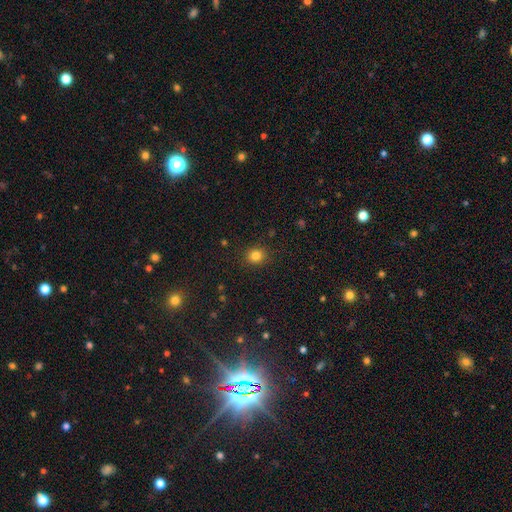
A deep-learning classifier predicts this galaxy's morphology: A smooth galaxy with no disk features (82%) that is round (79%). Merging: none (89%).